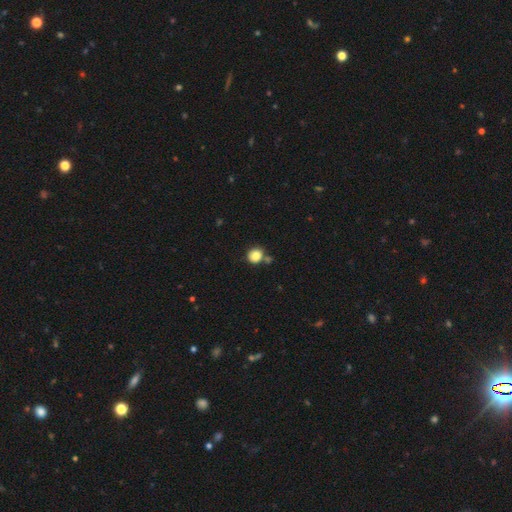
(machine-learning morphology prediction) Q: Smooth or featured?
A: smooth (85%); runner-up: star or artifact (10%)
Q: How rounded?
A: round (85%); runner-up: in between (14%)
Q: Merging?
A: none (66%); runner-up: merger (18%)